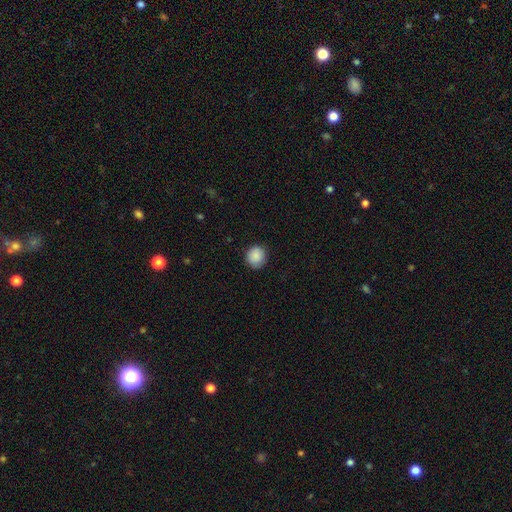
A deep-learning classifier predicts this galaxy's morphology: Overall: smooth (89%). How rounded: round (88%). Merging: none (87%).